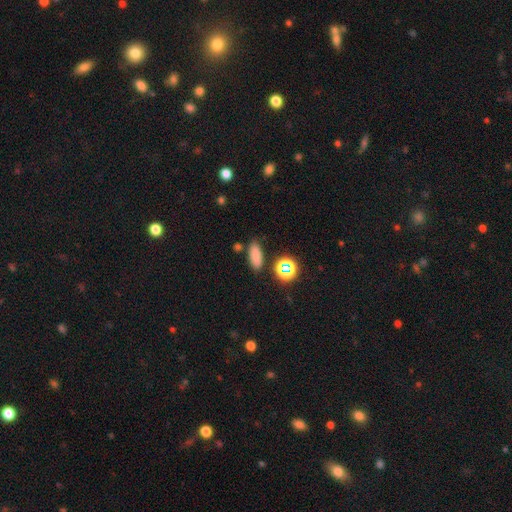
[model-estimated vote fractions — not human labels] A smooth galaxy with no disk features (78%) that is in between round and cigar-shaped (74%). Merging: none (80%).